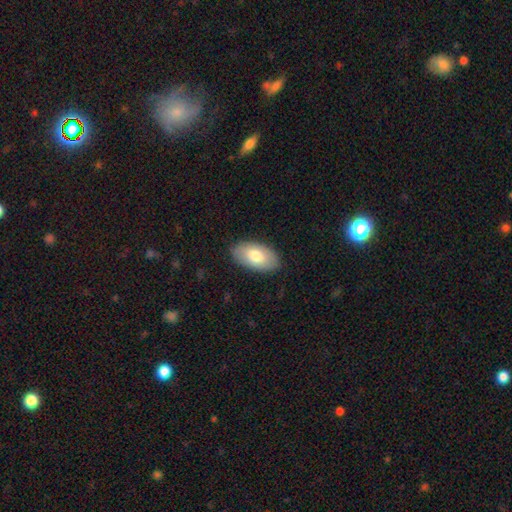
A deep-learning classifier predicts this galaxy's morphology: Smooth or featured?
  - smooth: 75% *
  - featured or disk: 19%
  - star or artifact: 5%
How rounded?
  - in between: 95% *
  - round: 3%
  - cigar-shaped: 2%
Merging?
  - none: 86% *
  - minor disturbance: 10%
  - major disturbance: 2%
  - merger: 1%